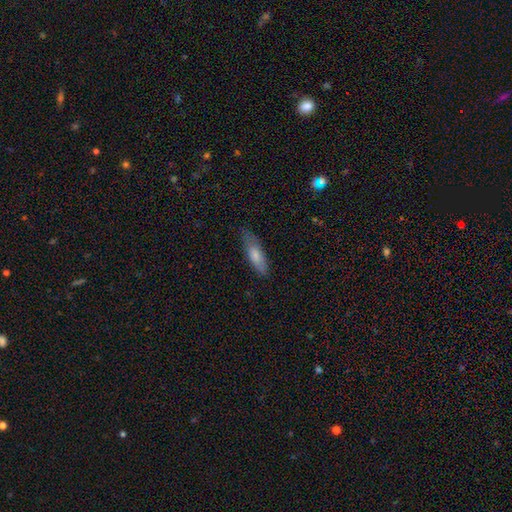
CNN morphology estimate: Smooth or featured? smooth (77%)
How rounded? in between (51%)
Merging? none (70%)